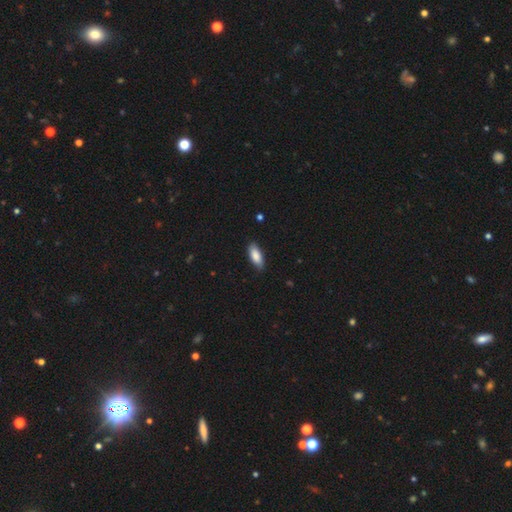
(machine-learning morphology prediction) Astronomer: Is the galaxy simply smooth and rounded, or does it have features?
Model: smooth — 86%.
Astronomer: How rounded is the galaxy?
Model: in between — 81%.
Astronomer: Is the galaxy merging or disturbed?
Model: none — 84%.